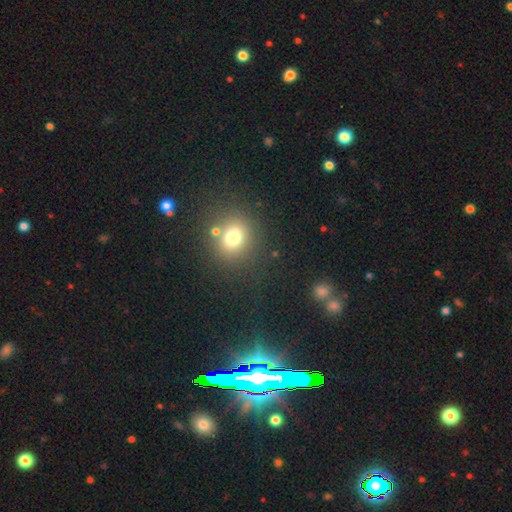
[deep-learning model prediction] Smooth or featured: star or artifact — 47% (smooth — 42%)